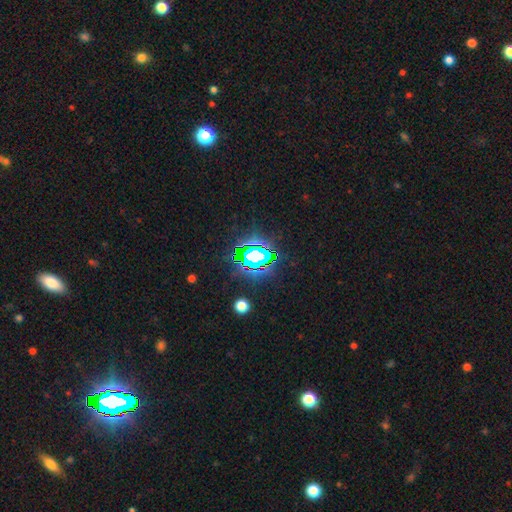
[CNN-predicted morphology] A star or artifact, not a galaxy (71%).

Vote fractions:
- Smooth or featured? star or artifact: 71% / smooth: 16% / featured or disk: 13%